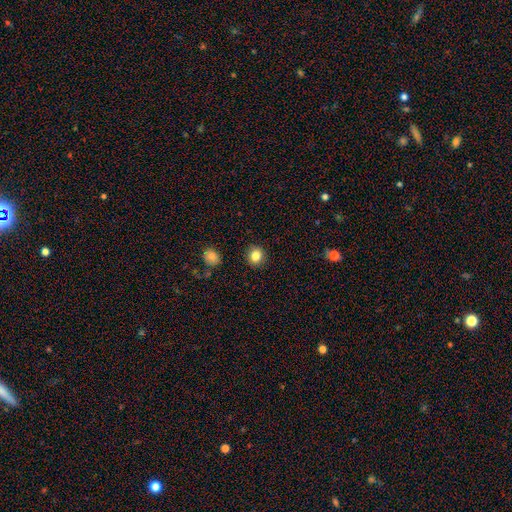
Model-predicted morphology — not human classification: The model was most divided on "how rounded": round: 84%, in between: 15%, cigar-shaped: 1%. More confident: merging — none (91%); smooth or featured — smooth (84%).